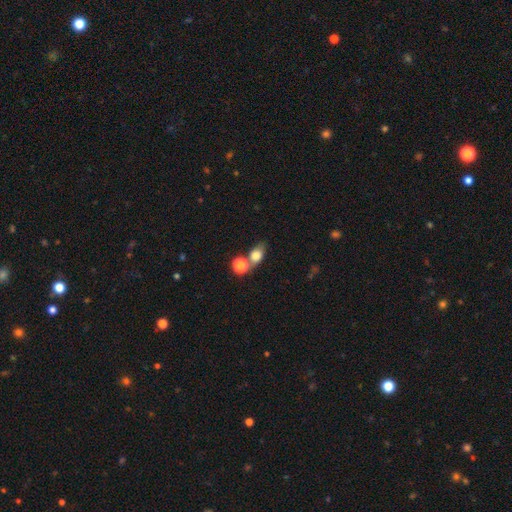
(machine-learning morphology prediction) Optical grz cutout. It shows a smooth galaxy with no disk features (77%) that is in between round and cigar-shaped (63%). Merging: none (48%).